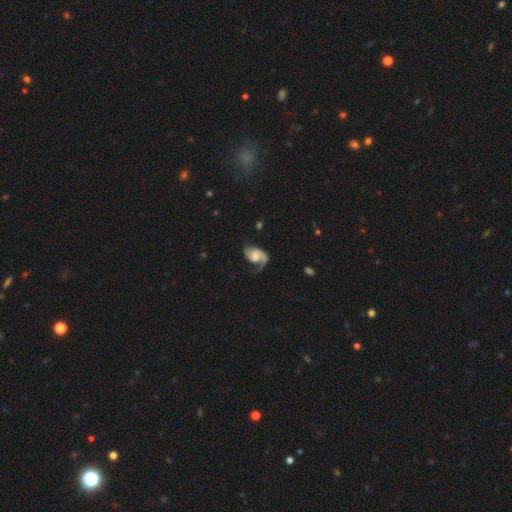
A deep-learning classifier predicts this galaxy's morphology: Smooth or featured: featured or disk — 81% (smooth — 13%)
Edge-on disk: no — 98% (yes — 2%)
Bar: no — 62% (weak — 31%)
Spiral arms: yes — 96% (no — 4%)
Spiral winding: medium — 43% (loose — 37%)
Spiral arm count: 2 — 54% (1 — 41%)
Bulge size: moderate — 28% (large — 24%)
Merging: none — 49% (major disturbance — 26%)